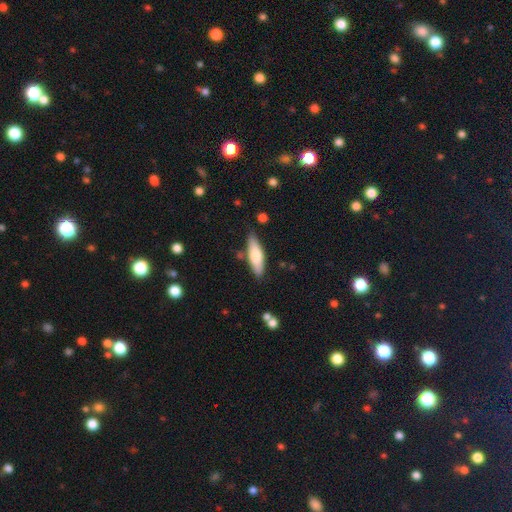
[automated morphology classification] type=smooth (68%); roundness=cigar-shaped (50%); merging=none (80%).